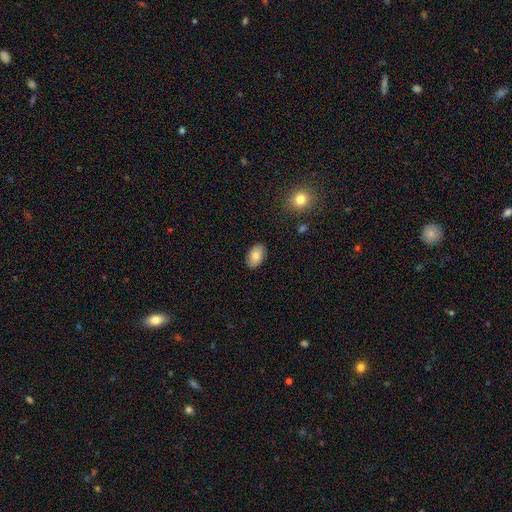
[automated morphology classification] type=smooth (79%); roundness=in between (92%); merging=none (86%).